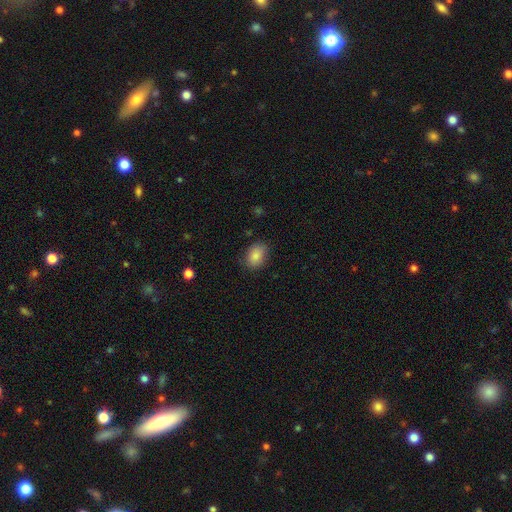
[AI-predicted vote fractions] smooth 85%, star or artifact 8%, featured or disk 6%. Down the decision tree: how rounded — in between (77%); merging — none (78%).